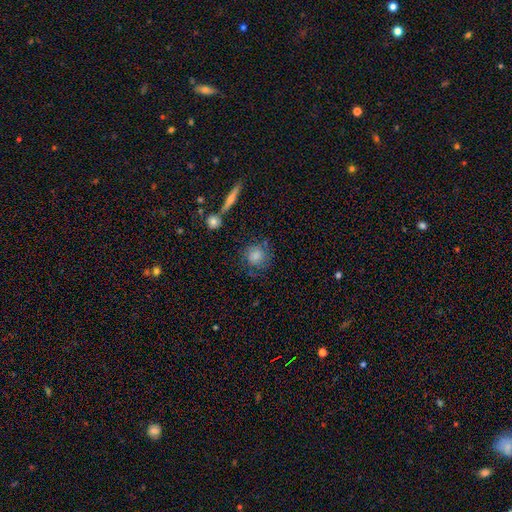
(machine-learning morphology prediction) Smooth or featured? smooth (72%)
How rounded? round (87%)
Merging? none (68%)